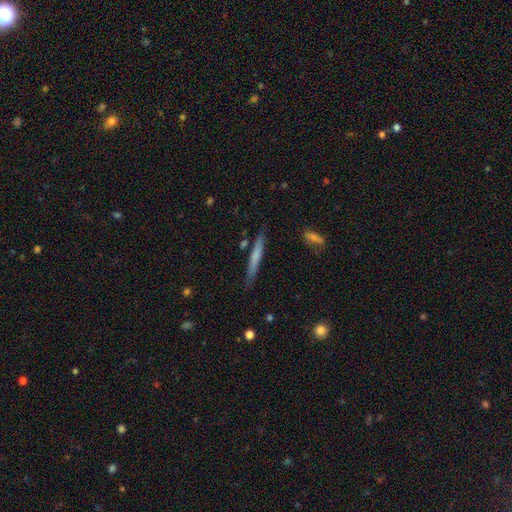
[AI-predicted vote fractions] Smooth or featured? smooth (59%)
How rounded? cigar-shaped (95%)
Merging? none (83%)